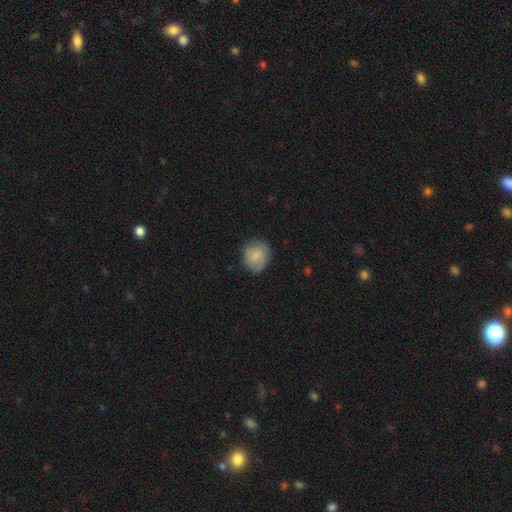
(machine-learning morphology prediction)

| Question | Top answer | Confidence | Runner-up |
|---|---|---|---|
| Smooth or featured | smooth | 78% | featured or disk (15%) |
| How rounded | round | 77% | in between (22%) |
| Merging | none | 74% | minor disturbance (21%) |